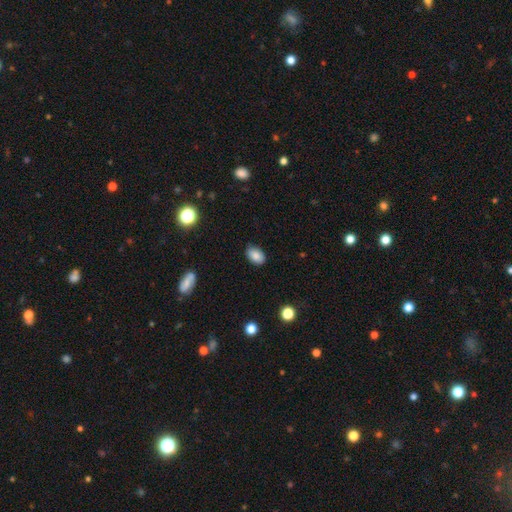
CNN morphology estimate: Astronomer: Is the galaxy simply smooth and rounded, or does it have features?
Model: smooth — 85%.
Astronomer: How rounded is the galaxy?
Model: in between — 87%.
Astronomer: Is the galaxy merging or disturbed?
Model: none — 83%.